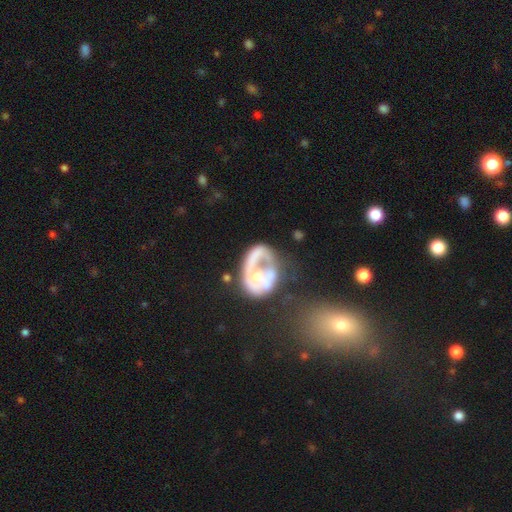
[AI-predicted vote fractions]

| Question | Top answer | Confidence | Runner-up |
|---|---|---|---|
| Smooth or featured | featured or disk | 64% | smooth (27%) |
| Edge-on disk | no | 98% | yes (2%) |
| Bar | no | 86% | weak (11%) |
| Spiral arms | no | 74% | yes (26%) |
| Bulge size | moderate | 34% | none (33%) |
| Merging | major disturbance | 40% | none (24%) |